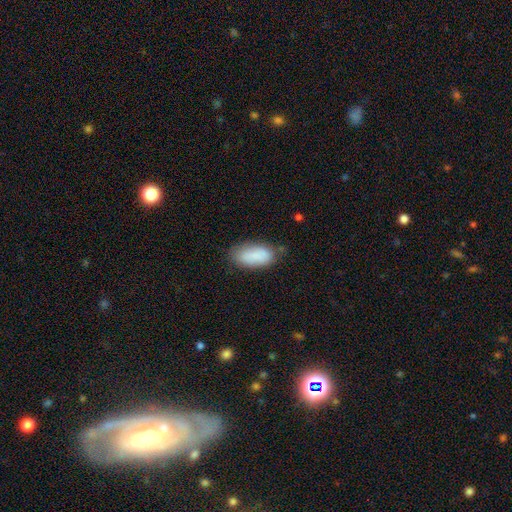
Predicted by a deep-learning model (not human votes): This appears to be a smooth galaxy with no disk features (85%) that is in between round and cigar-shaped (90%). Merging: none (70%).